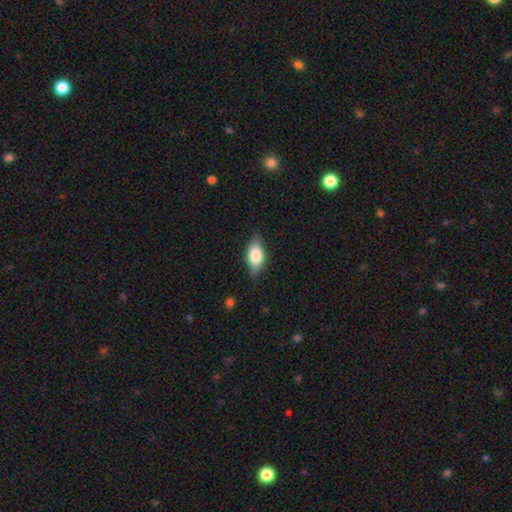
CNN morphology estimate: A smooth galaxy with no disk features (72%) that is in between round and cigar-shaped (83%).

Vote fractions:
- Smooth or featured? smooth: 72% / featured or disk: 21% / star or artifact: 7%
- How rounded? in between: 83% / cigar-shaped: 13% / round: 4%
- Merging? none: 79% / minor disturbance: 17% / major disturbance: 3% / merger: 1%